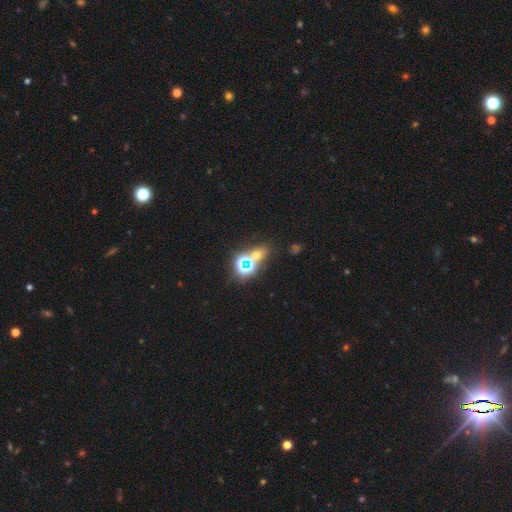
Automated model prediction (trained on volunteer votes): Overall: star or artifact (52%; smooth 38%).